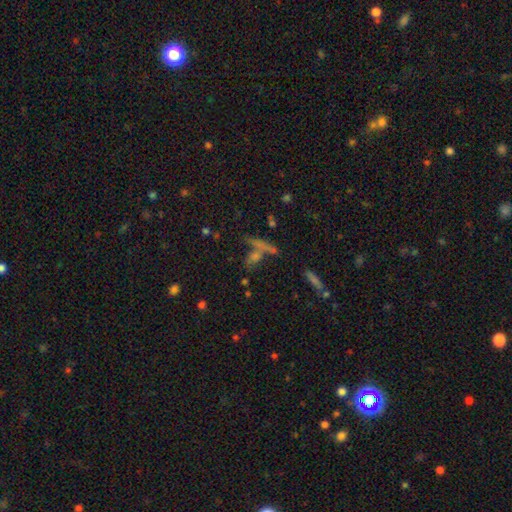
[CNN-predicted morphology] smooth-or-featured: smooth: 44% | star or artifact: 30% | featured or disk: 26%
  merging: none: 53% | merger: 29% | minor disturbance: 10% | major disturbance: 8%